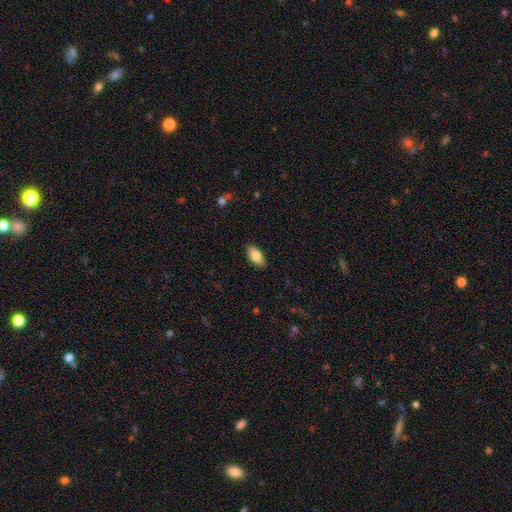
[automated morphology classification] Q: Smooth or featured?
A: smooth (82%); runner-up: featured or disk (12%)
Q: How rounded?
A: in between (92%); runner-up: cigar-shaped (5%)
Q: Merging?
A: none (89%); runner-up: minor disturbance (9%)